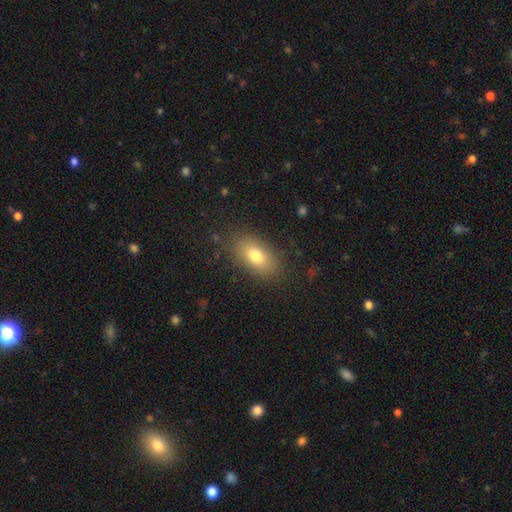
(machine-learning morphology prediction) smooth-or-featured: smooth: 77% | featured or disk: 14% | star or artifact: 9%
  how-rounded: in between: 88% | round: 7% | cigar-shaped: 4%
  merging: none: 85% | minor disturbance: 11% | major disturbance: 4% | merger: 1%